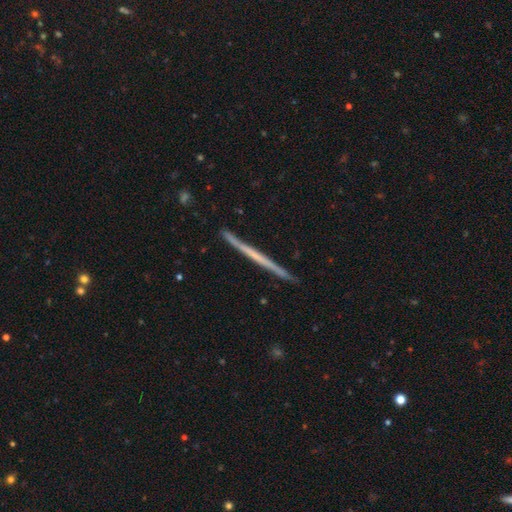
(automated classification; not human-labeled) This is likely a featured or disk galaxy (60%). It is clearly viewed edge-on (98%). Edge-on bulge: clearly none (90%). Merging: clearly none (91%).